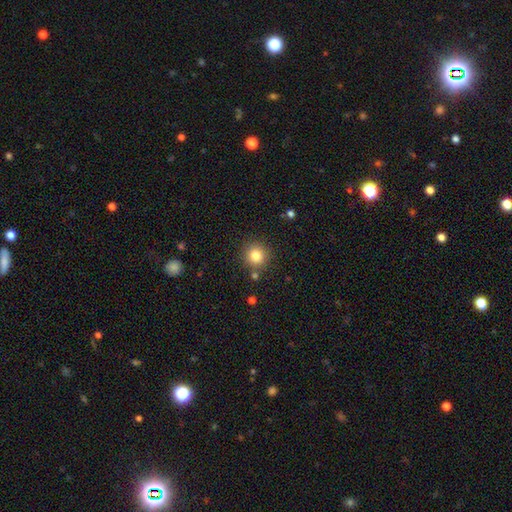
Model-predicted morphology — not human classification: This is clearly a smooth galaxy (82%). How rounded: clearly round (94%). Merging: clearly none (84%).